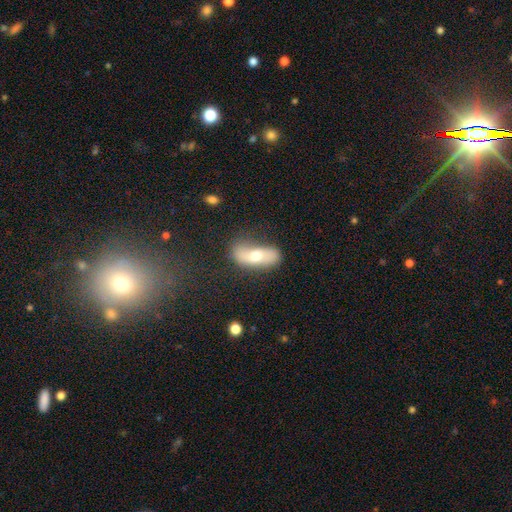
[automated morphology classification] Smooth or featured? Predicted: smooth (p=0.55). How rounded? Predicted: in between (p=0.73). Merging? Predicted: none (p=0.52).